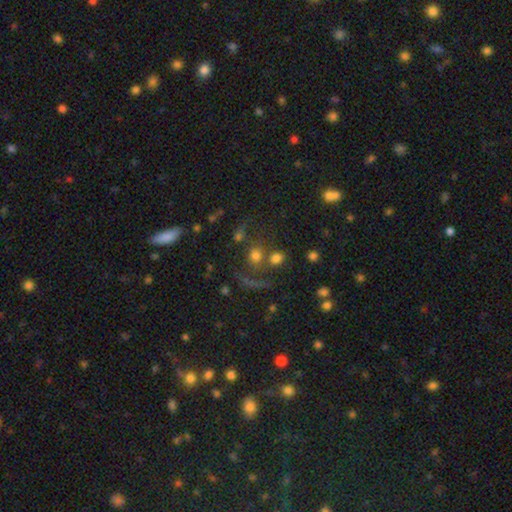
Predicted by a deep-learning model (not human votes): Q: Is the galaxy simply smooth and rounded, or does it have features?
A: smooth — 63%.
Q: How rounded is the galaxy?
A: round — 79%.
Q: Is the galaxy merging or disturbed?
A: none — 42%.